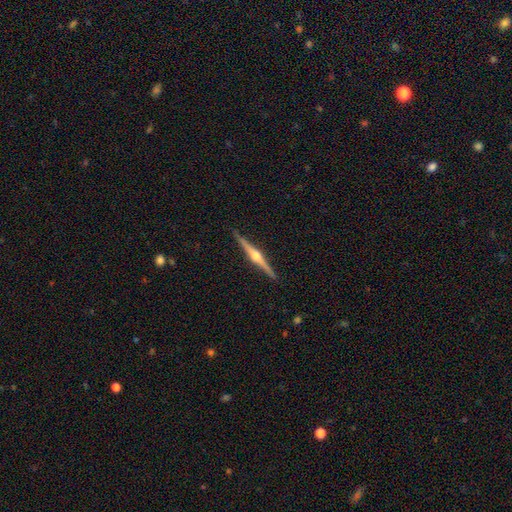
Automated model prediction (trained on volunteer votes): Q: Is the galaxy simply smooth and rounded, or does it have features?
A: featured or disk — 87%.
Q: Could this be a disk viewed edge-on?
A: yes — 99%.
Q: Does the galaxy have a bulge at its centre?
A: rounded — 95%.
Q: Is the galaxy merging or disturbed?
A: none — 92%.